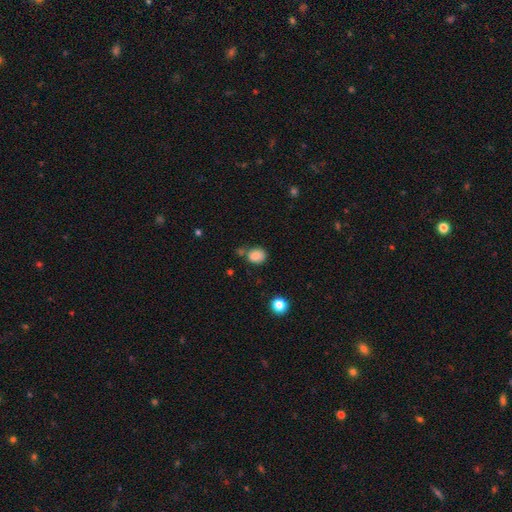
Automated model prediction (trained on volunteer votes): Overall: smooth (84%). How rounded: round (58%; in between 41%). Merging: none (63%).